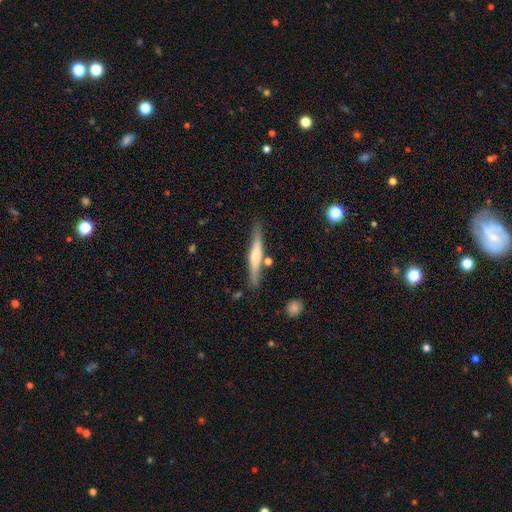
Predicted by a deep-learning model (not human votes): Smooth or featured?
  - smooth: 51% *
  - featured or disk: 43%
  - star or artifact: 6%
How rounded?
  - cigar-shaped: 92% *
  - in between: 6%
  - round: 2%
Merging?
  - none: 75% *
  - minor disturbance: 14%
  - merger: 7%
  - major disturbance: 3%